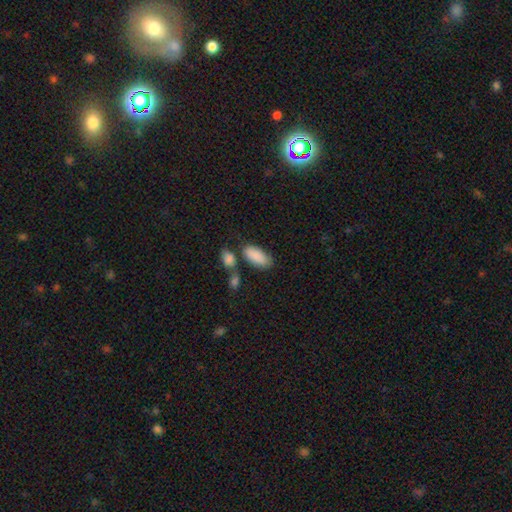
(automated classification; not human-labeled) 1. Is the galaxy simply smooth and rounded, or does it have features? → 88% smooth, 6% star or artifact, 6% featured or disk.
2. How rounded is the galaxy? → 92% in between, 6% cigar-shaped, 2% round.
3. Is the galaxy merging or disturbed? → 59% none, 20% merger, 16% minor disturbance, 5% major disturbance.